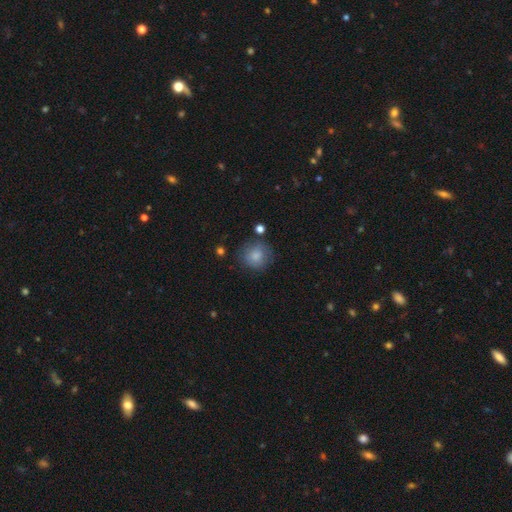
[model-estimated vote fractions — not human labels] Smooth or featured? Predicted: smooth (p=0.81). How rounded? Predicted: round (p=0.88). Merging? Predicted: none (p=0.74).